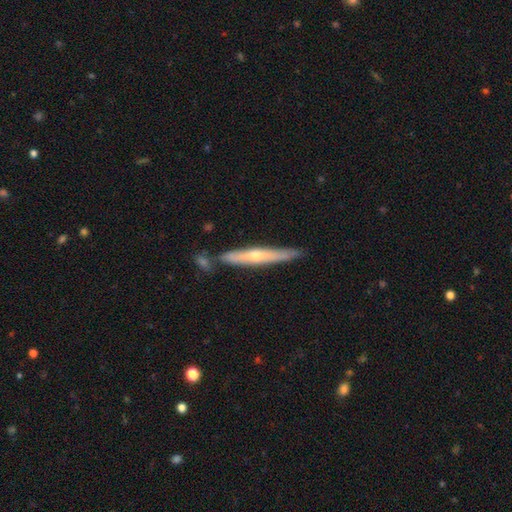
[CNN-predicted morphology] Smooth or featured? featured or disk (63%)
Edge-on disk? yes (91%)
Edge-on bulge? rounded (72%)
Merging? none (76%)